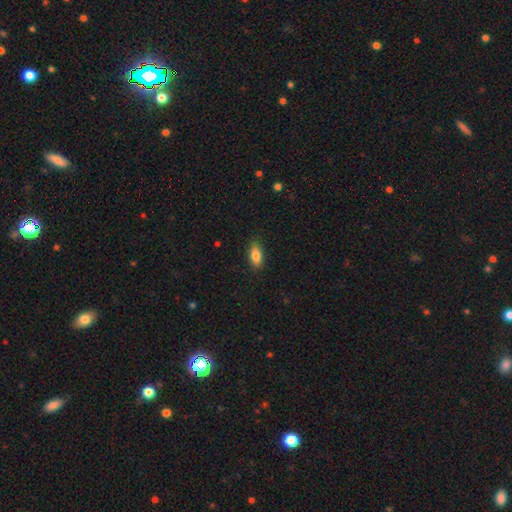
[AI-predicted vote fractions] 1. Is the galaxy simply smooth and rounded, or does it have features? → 82% smooth, 11% featured or disk, 8% star or artifact.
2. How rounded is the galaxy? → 85% in between, 11% cigar-shaped, 4% round.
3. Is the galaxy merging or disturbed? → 87% none, 10% minor disturbance, 2% major disturbance, 1% merger.